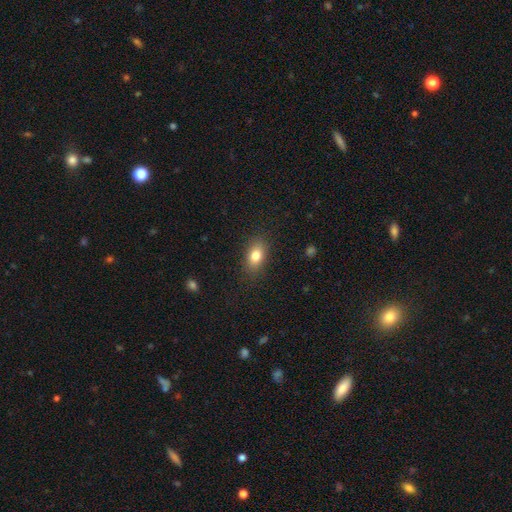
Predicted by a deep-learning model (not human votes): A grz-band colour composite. It shows a smooth galaxy with no disk features (81%) that is in between round and cigar-shaped (82%). Merging: none (84%).